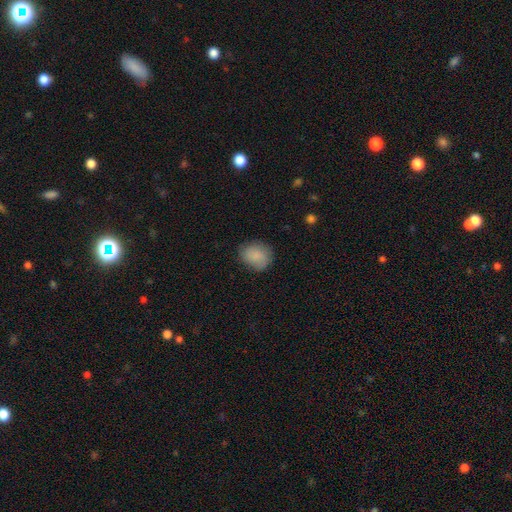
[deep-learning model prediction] The model was most divided on "how rounded": round: 60%, in between: 39%, cigar-shaped: 1%. More confident: smooth or featured — smooth (84%); merging — none (75%).